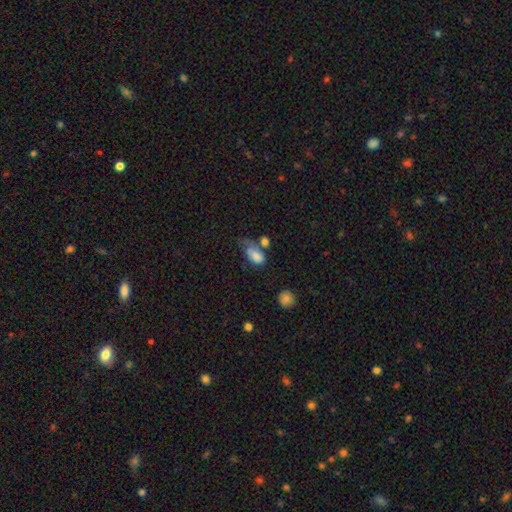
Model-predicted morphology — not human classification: This appears to be a smooth galaxy with no disk features (77%) that is in between round and cigar-shaped (91%). Merging: minor disturbance (30%).